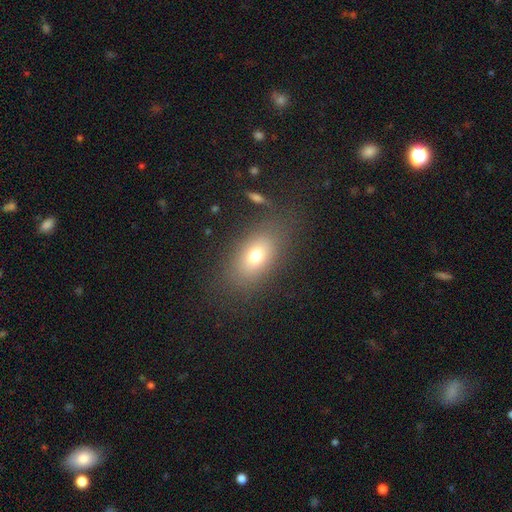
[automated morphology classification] This is likely a smooth galaxy (72%). How rounded: clearly in between (82%). Merging: likely none (78%).